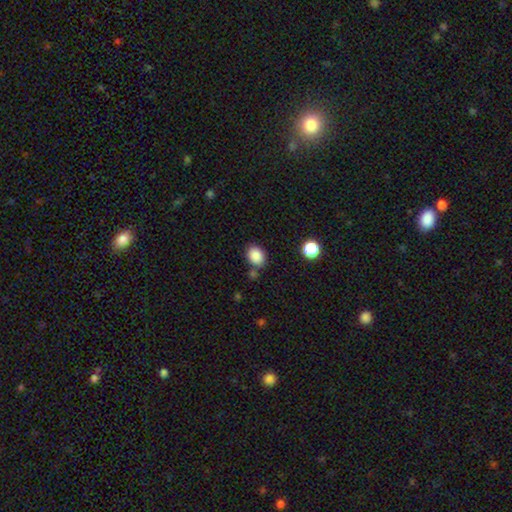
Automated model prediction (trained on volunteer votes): A smooth galaxy with no disk features (87%) that is in between round and cigar-shaped (50%). Merging: none (75%).